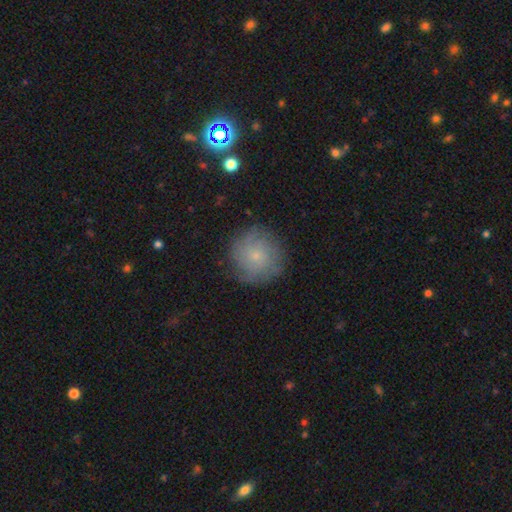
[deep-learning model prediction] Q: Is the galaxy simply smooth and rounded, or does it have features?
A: smooth — 52%.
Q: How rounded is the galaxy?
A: round — 94%.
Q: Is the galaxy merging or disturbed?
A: none — 81%.